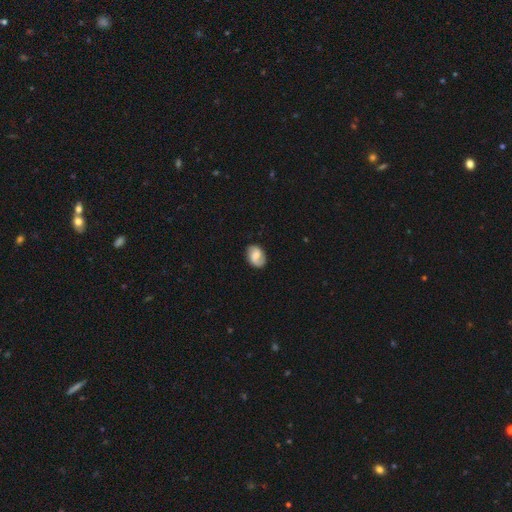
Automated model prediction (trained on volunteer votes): This appears to be a featured or disk galaxy (55%) with a weak bar (47%), spiral arms (91%) and a moderate central bulge (41%). Merging: none (81%).